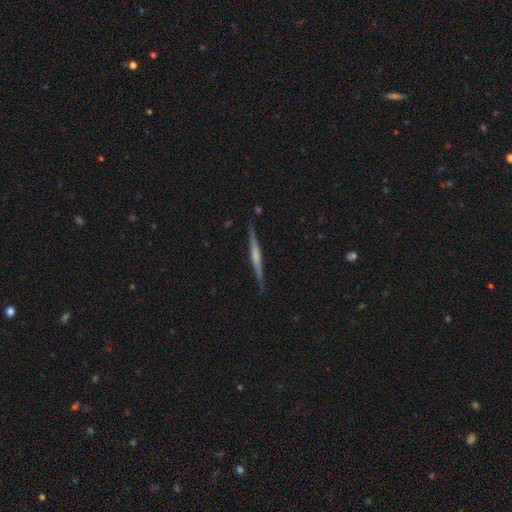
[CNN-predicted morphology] This is likely a featured or disk galaxy (68%). It is clearly viewed edge-on (98%). Edge-on bulge: marginally rounded (43%). Merging: clearly none (88%).